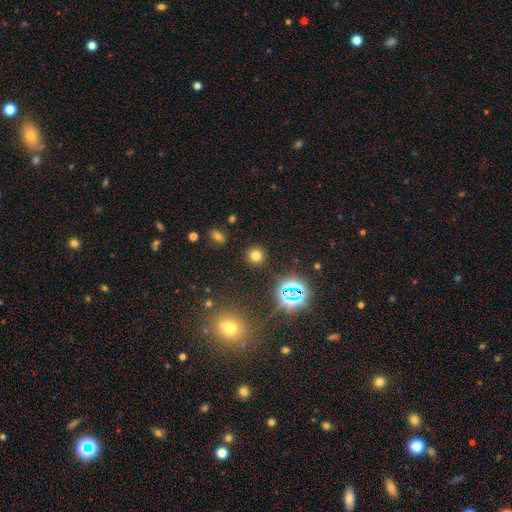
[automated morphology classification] Smooth or featured: smooth — 69% (star or artifact — 24%)
How rounded: round — 91% (in between — 8%)
Merging: none — 89% (minor disturbance — 6%)